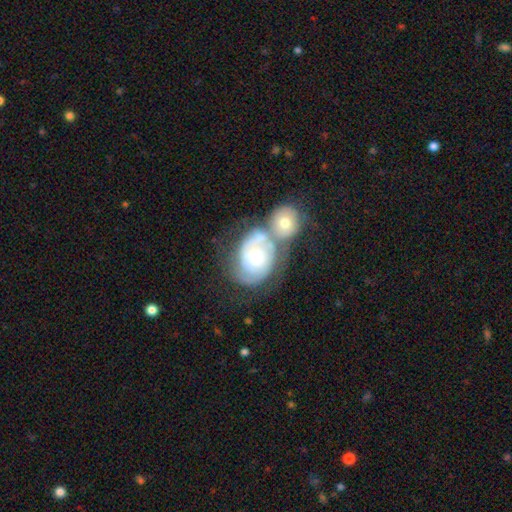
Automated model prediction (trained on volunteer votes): A featured or disk galaxy (75%) with no bar (76%), 2 (47%) tight (65%) spiral arms (86%) and a moderate central bulge (62%).

Vote fractions:
- Smooth or featured? featured or disk: 75% / smooth: 19% / star or artifact: 6%
- Edge-on disk? no: 97% / yes: 3%
- Bar? no: 76% / weak: 19% / strong: 4%
- Spiral arms? yes: 86% / no: 14%
- Spiral winding? tight: 65% / medium: 27% / loose: 8%
- Spiral arm count? 2: 47% / can't tell: 32% / 3: 9% / 1: 6% / 4: 3% / more than 4: 2%
- Bulge size? moderate: 62% / small: 30% / large: 5% / none: 1% / dominant: 1%
- Merging? merger: 48% / none: 30% / minor disturbance: 13% / major disturbance: 9%